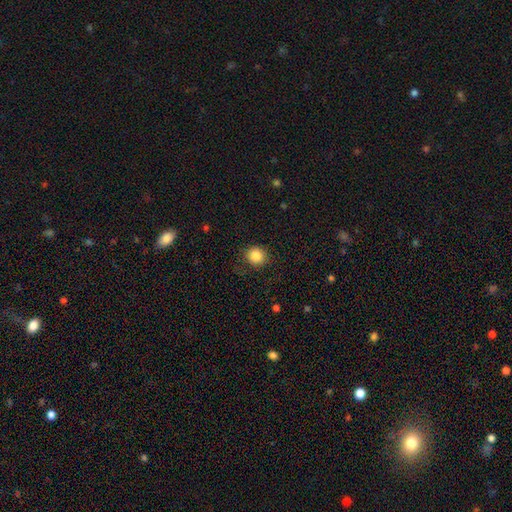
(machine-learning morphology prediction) type=smooth (85%); roundness=round (86%); merging=none (84%).